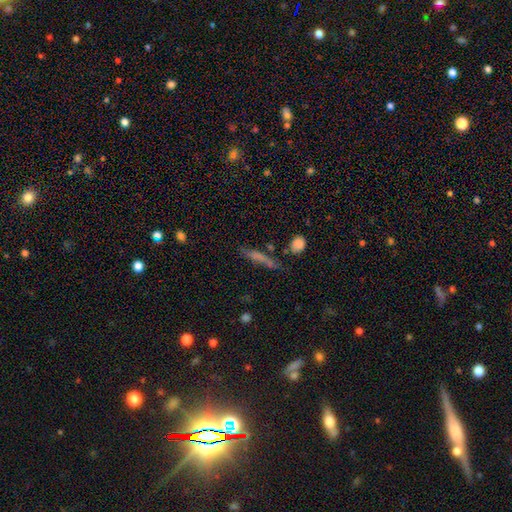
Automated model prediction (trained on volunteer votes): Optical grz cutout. It shows a smooth galaxy with no disk features (52%) that is cigar-shaped (88%). Merging: none (74%).